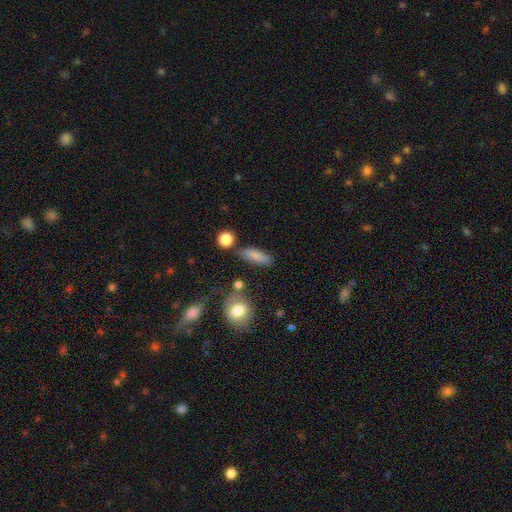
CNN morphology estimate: The model was most divided on "how rounded": in between: 54%, cigar-shaped: 40%, round: 6%. More confident: smooth or featured — smooth (82%); merging — none (78%).